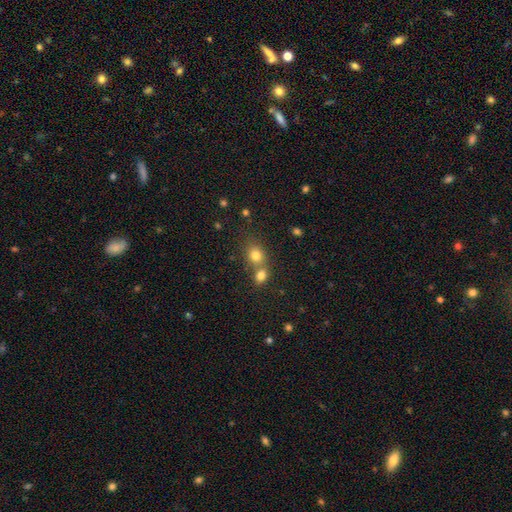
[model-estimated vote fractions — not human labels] A smooth galaxy with no disk features (78%) that is round (65%). Merging: merger (46%).